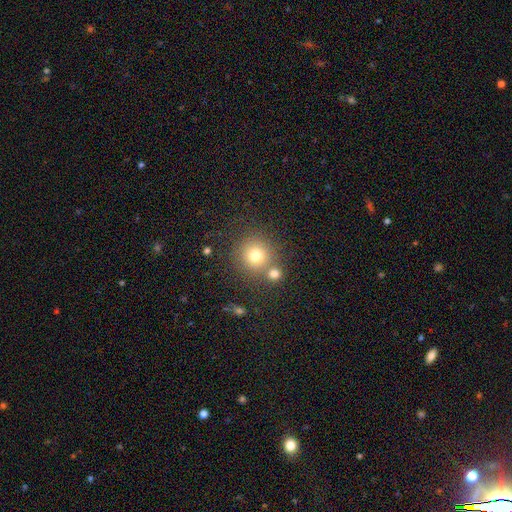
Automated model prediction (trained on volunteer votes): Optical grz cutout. It shows a smooth galaxy with no disk features (76%) that is round (92%). Merging: none (67%).